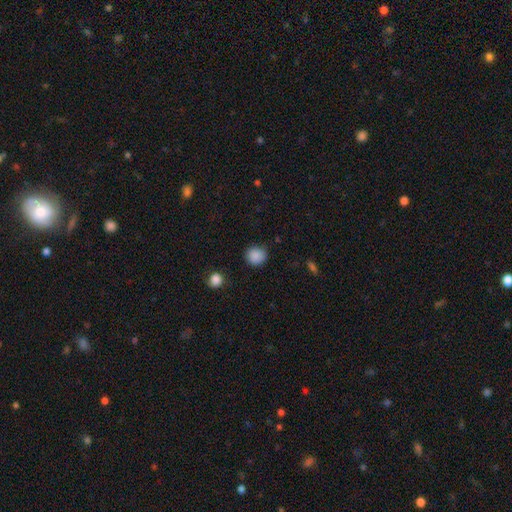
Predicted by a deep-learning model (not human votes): smooth_or_featured: smooth (p=0.87) [alt: star or artifact p=0.09]
how_rounded: round (p=0.86) [alt: in between p=0.13]
merging: none (p=0.84) [alt: minor disturbance p=0.11]